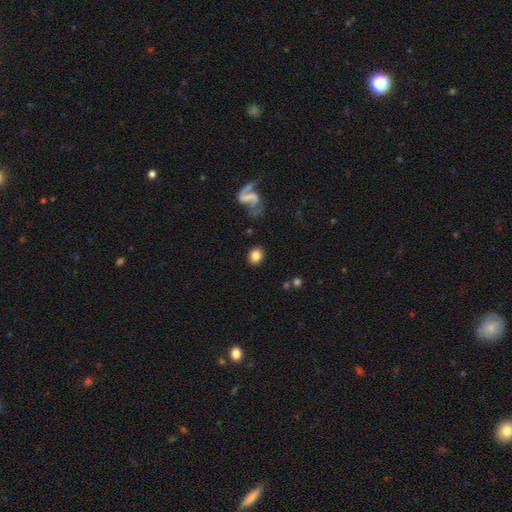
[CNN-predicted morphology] smooth_or_featured: smooth (p=0.80) [alt: featured or disk p=0.11]
how_rounded: round (p=0.62) [alt: in between p=0.37]
merging: none (p=0.84) [alt: minor disturbance p=0.09]